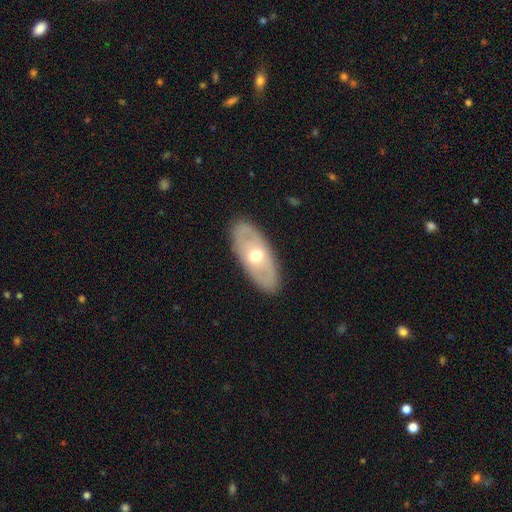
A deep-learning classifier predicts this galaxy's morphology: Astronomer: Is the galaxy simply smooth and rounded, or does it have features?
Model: featured or disk — 52% (runner-up: smooth, 42%).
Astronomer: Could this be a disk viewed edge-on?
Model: no — 80%.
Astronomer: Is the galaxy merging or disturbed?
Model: none — 86%.